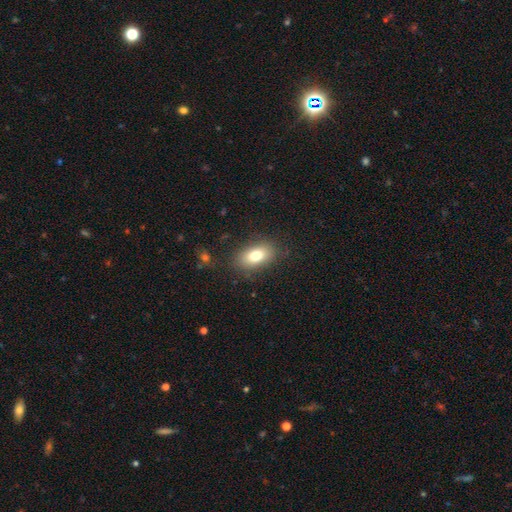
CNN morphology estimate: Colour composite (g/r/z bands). It shows a smooth galaxy with no disk features (78%) that is in between round and cigar-shaped (88%). Merging: none (83%).